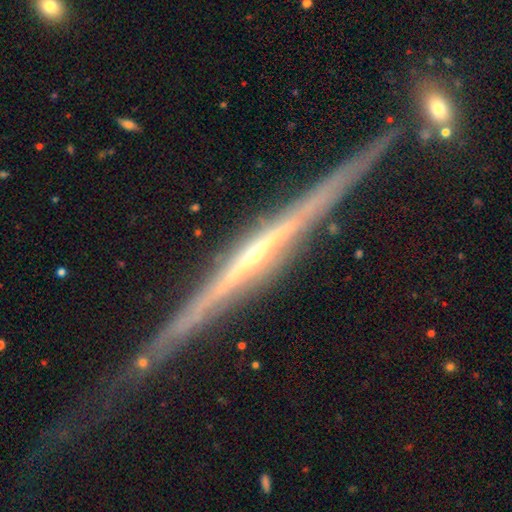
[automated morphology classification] A featured or disk galaxy (87%) viewed edge-on (98%) with a rounded central bulge (50%). Merging: none (85%).